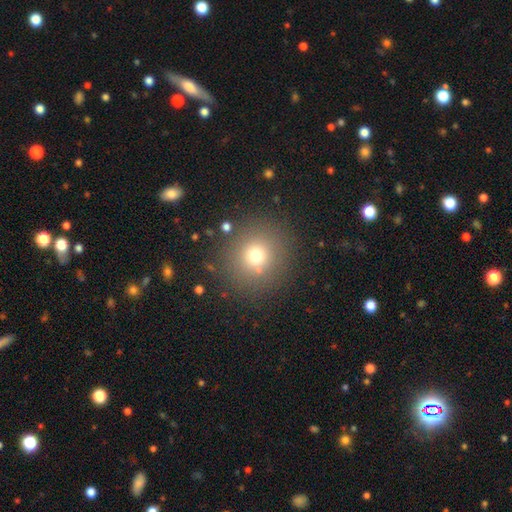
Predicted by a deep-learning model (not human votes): smooth_or_featured: smooth (p=0.71) [alt: star or artifact p=0.18]
how_rounded: round (p=0.92) [alt: in between p=0.07]
merging: none (p=0.85) [alt: minor disturbance p=0.08]